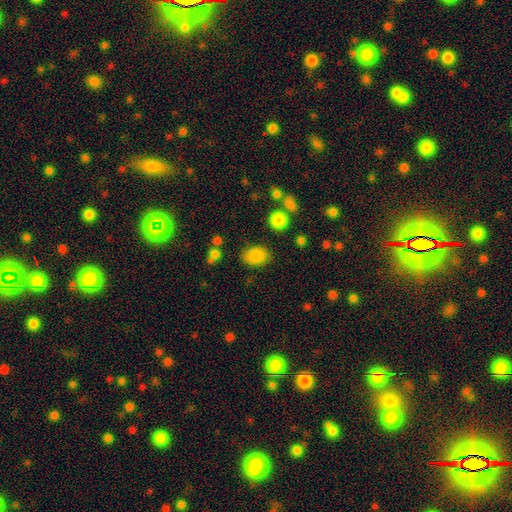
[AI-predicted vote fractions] Q: Smooth or featured?
A: smooth (85%); runner-up: star or artifact (10%)
Q: How rounded?
A: in between (72%); runner-up: round (27%)
Q: Merging?
A: none (80%); runner-up: minor disturbance (13%)